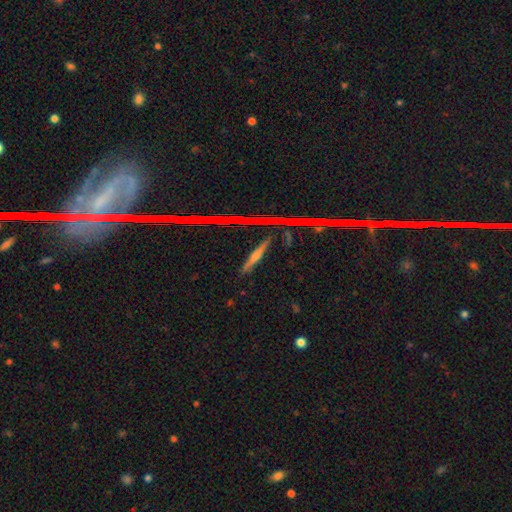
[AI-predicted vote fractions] A featured or disk galaxy (61%) viewed edge-on (93%) with a rounded central bulge (81%). Merging: none (85%).